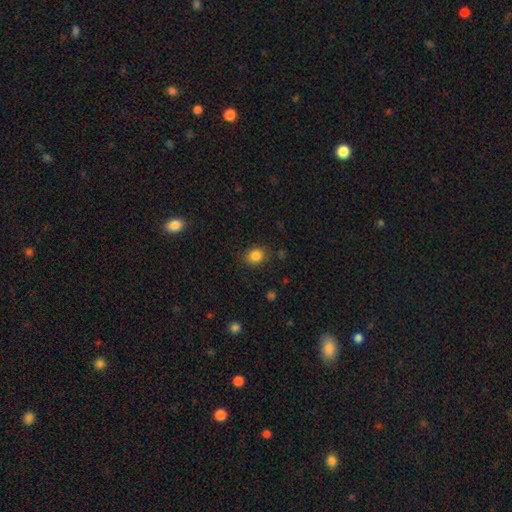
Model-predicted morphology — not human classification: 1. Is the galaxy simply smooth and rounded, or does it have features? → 85% smooth, 10% star or artifact, 5% featured or disk.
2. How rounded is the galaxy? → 56% round, 43% in between, 1% cigar-shaped.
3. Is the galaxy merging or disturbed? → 84% none, 11% minor disturbance, 3% major disturbance, 2% merger.